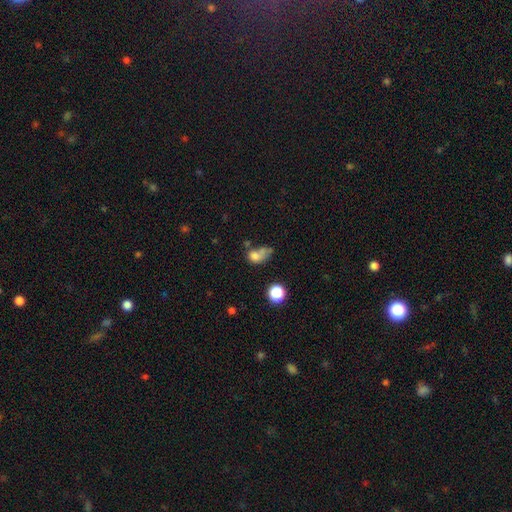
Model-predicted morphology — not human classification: Smooth or featured: smooth — 70% (featured or disk — 15%)
How rounded: in between — 62% (round — 36%)
Merging: merger — 28% (none — 25%)